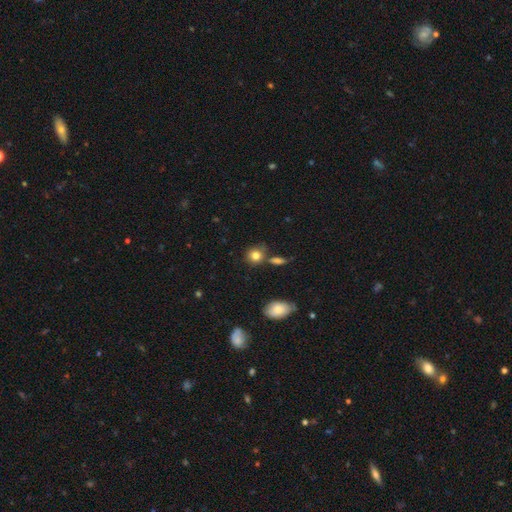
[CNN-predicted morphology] This appears to be a smooth galaxy with no disk features (82%) that is round (78%). Merging: none (68%).